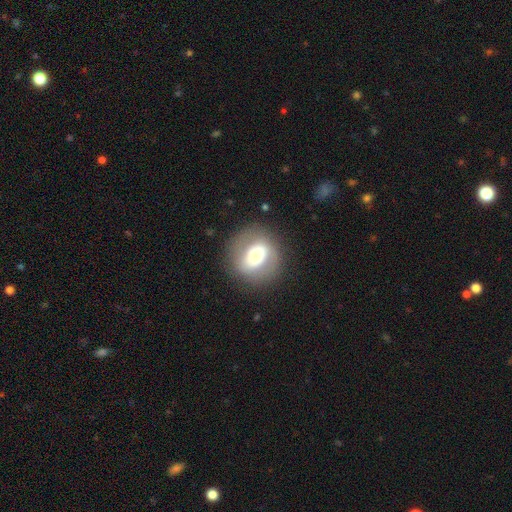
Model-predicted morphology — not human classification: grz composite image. It shows a smooth galaxy with no disk features (49%). Merging: none (80%).